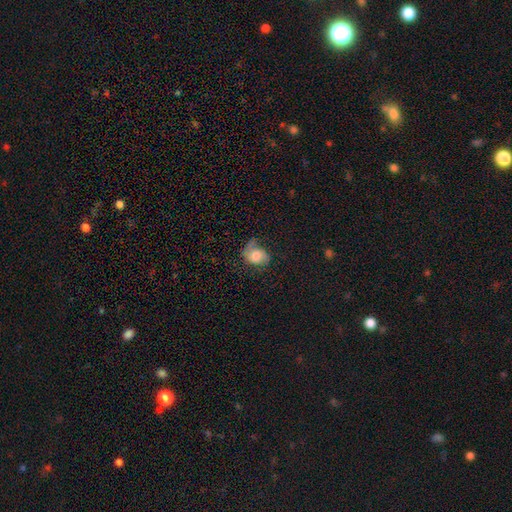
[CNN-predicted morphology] Smooth or featured: smooth — 50% (featured or disk — 41%)
Merging: none — 43% (minor disturbance — 31%)